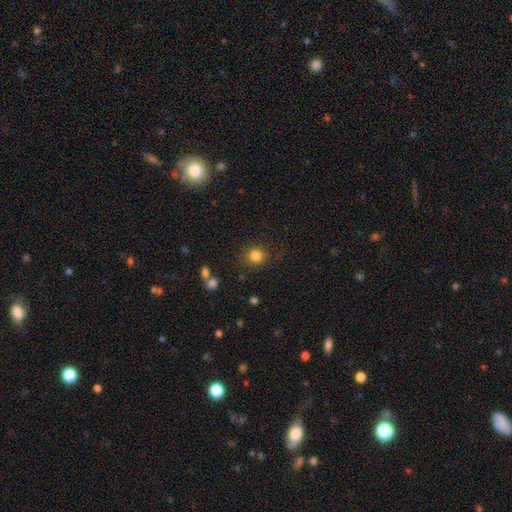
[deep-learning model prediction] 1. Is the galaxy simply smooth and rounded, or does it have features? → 83% smooth, 12% star or artifact, 5% featured or disk.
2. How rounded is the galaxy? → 90% round, 9% in between, 1% cigar-shaped.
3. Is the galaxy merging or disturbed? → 85% none, 9% minor disturbance, 4% major disturbance, 3% merger.